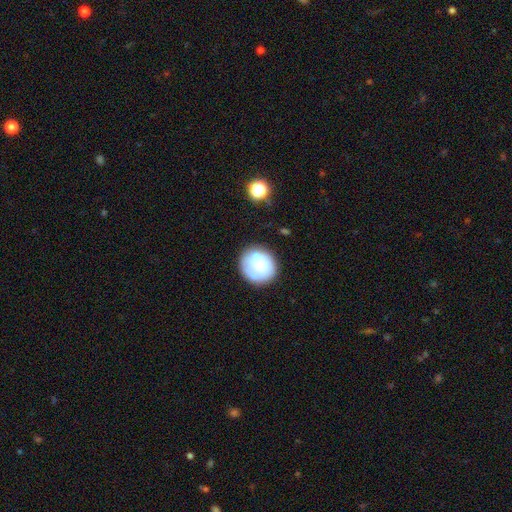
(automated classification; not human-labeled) A smooth galaxy with no disk features (62%) that is round (84%).

Vote fractions:
- Smooth or featured? smooth: 62% / featured or disk: 30% / star or artifact: 8%
- How rounded? round: 84% / in between: 15% / cigar-shaped: 1%
- Merging? none: 67% / minor disturbance: 18% / merger: 8% / major disturbance: 7%